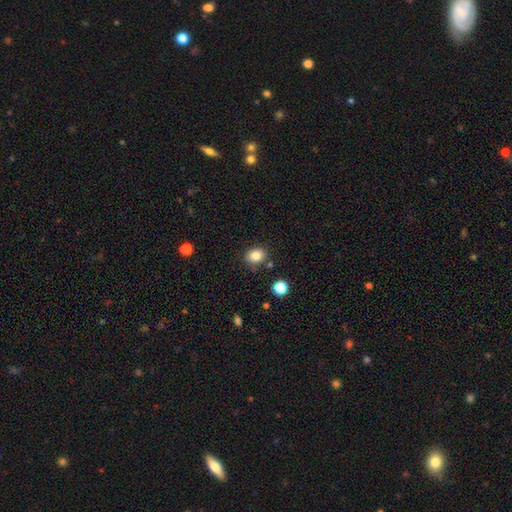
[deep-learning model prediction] The model was most divided on "how rounded": in between: 51%, round: 48%, cigar-shaped: 1%. More confident: smooth or featured — smooth (84%); merging — none (81%).